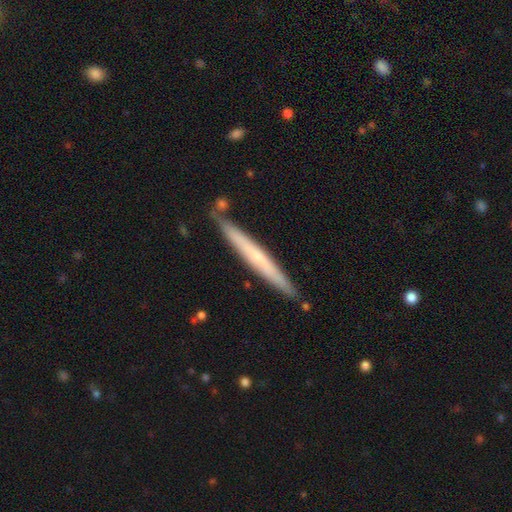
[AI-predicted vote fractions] This is possibly a featured or disk galaxy (49%). Merging: clearly none (84%).